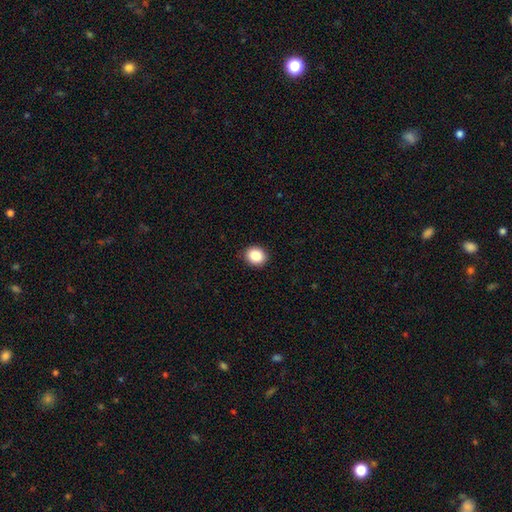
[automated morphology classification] This is clearly a smooth galaxy (87%). How rounded: likely round (69%). Merging: clearly none (90%).